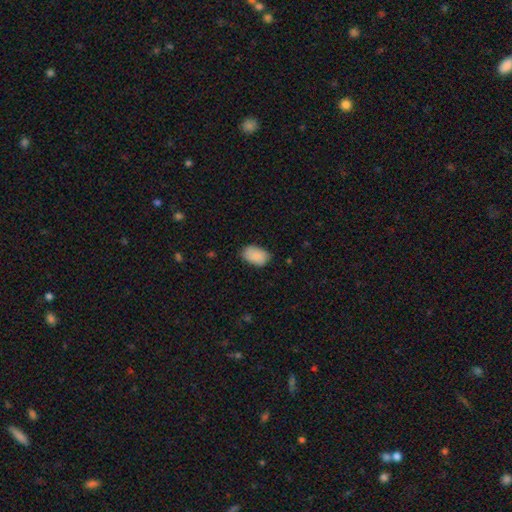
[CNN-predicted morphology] smooth-or-featured: smooth: 89% | star or artifact: 7% | featured or disk: 5%
  how-rounded: in between: 90% | round: 9% | cigar-shaped: 1%
  merging: none: 77% | minor disturbance: 19% | major disturbance: 3% | merger: 1%